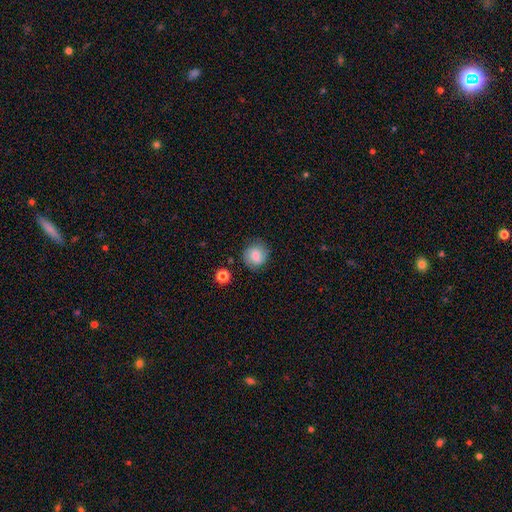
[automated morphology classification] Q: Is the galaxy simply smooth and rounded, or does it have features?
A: smooth — 75%.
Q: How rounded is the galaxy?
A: round — 85%.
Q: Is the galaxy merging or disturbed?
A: none — 80%.